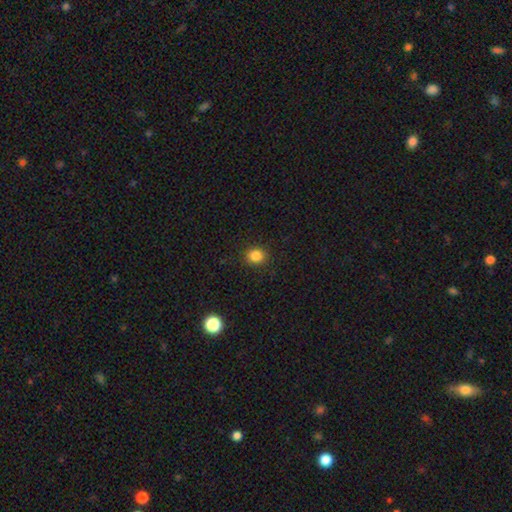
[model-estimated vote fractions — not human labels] smooth-or-featured: smooth: 85% | star or artifact: 11% | featured or disk: 4%
  how-rounded: round: 75% | in between: 24% | cigar-shaped: 1%
  merging: none: 90% | minor disturbance: 7% | major disturbance: 2% | merger: 1%